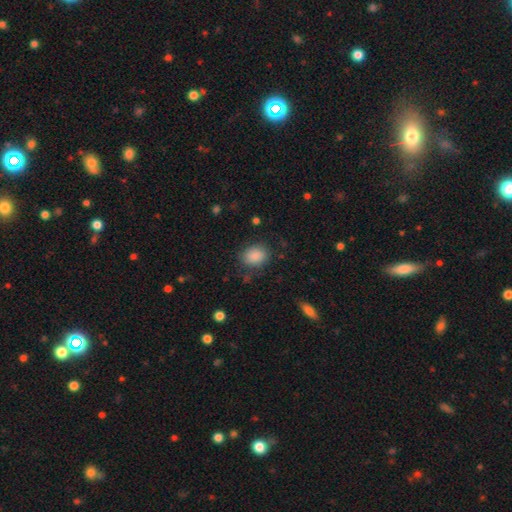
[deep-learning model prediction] Smooth or featured? Predicted: smooth (p=0.87). How rounded? Predicted: in between (p=0.57). Merging? Predicted: none (p=0.79).